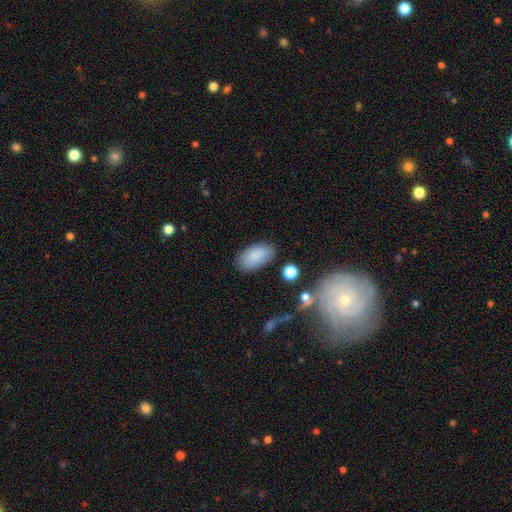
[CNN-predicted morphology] A smooth galaxy with no disk features (86%) that is in between round and cigar-shaped (95%).

Vote fractions:
- Smooth or featured? smooth: 86% / star or artifact: 7% / featured or disk: 7%
- How rounded? in between: 95% / round: 3% / cigar-shaped: 2%
- Merging? none: 82% / minor disturbance: 12% / major disturbance: 3% / merger: 2%